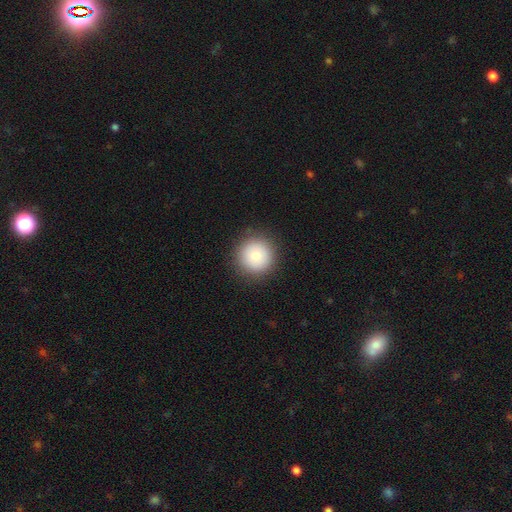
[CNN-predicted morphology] The model was most divided on "smooth or featured": smooth: 78%, featured or disk: 12%, star or artifact: 10%. More confident: how rounded — round (96%); merging — none (90%).